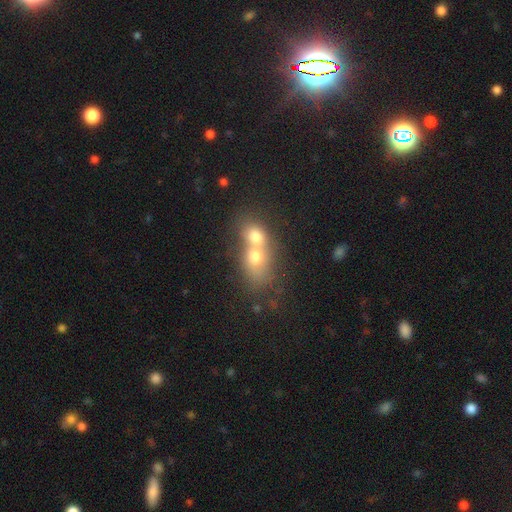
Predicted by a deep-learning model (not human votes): A smooth galaxy with no disk features (61%) that is in between round and cigar-shaped (54%).

Vote fractions:
- Smooth or featured? smooth: 61% / featured or disk: 27% / star or artifact: 13%
- How rounded? in between: 54% / round: 43% / cigar-shaped: 4%
- Merging? merger: 77% / none: 15% / minor disturbance: 5% / major disturbance: 3%